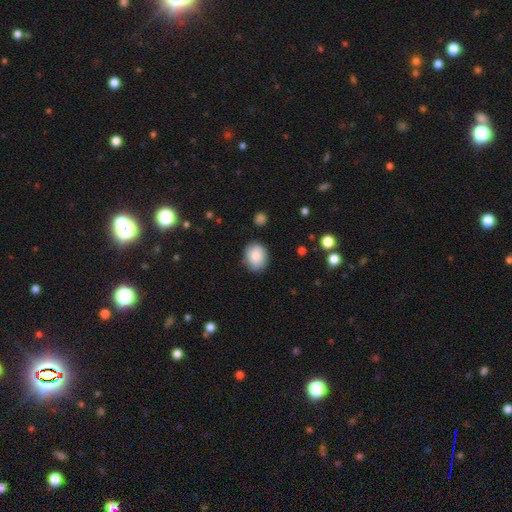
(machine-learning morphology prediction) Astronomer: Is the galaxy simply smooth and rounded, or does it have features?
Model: smooth — 85%.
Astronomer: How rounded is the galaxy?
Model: in between — 50% (runner-up: round, 49%).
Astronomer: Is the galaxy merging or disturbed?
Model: none — 80%.